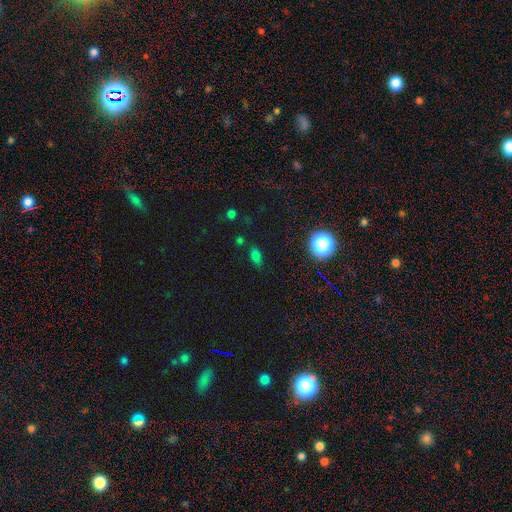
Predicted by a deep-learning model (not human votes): smooth_or_featured: smooth (p=0.69) [alt: star or artifact p=0.25]
how_rounded: in between (p=0.82) [alt: round p=0.14]
merging: none (p=0.76) [alt: minor disturbance p=0.15]